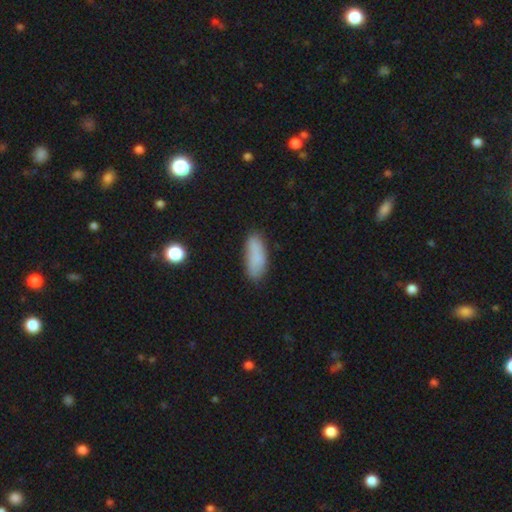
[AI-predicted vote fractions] Smooth or featured? Predicted: smooth (p=0.84). How rounded? Predicted: in between (p=0.70). Merging? Predicted: none (p=0.75).